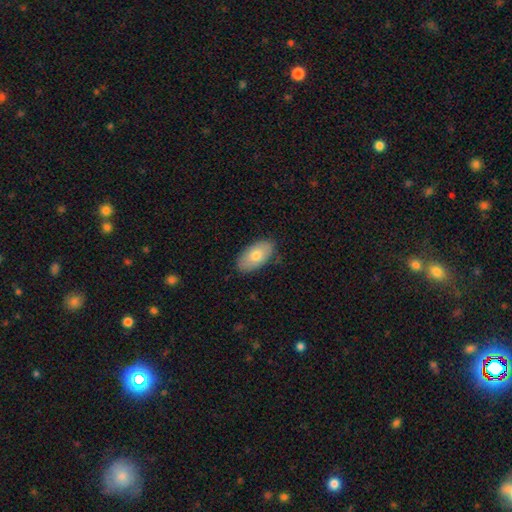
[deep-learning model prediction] This is likely a smooth galaxy (76%). How rounded: clearly in between (95%). Merging: clearly none (83%).